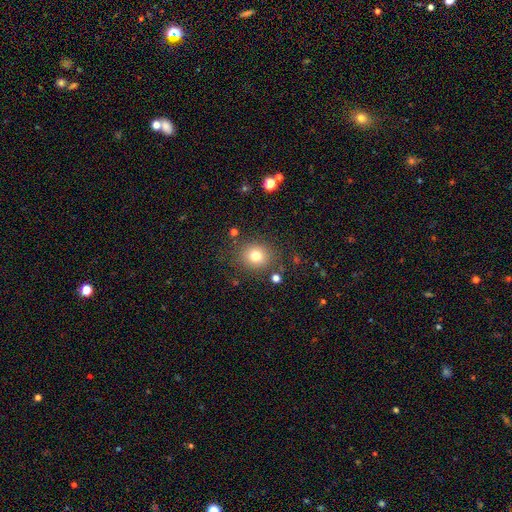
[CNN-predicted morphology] This appears to be a smooth galaxy with no disk features (78%) that is round (81%). Merging: none (82%).